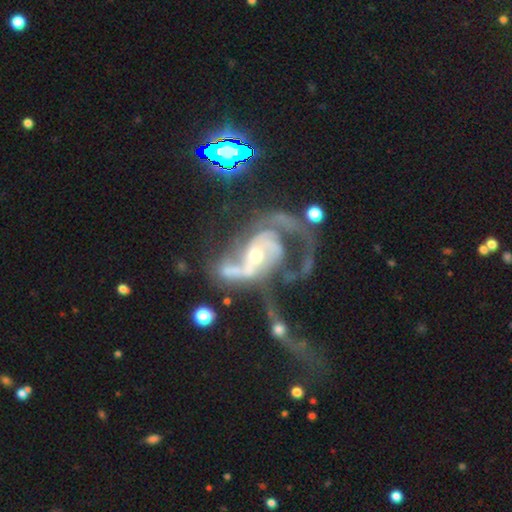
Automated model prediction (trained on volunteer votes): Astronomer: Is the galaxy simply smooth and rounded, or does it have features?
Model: featured or disk — 85%.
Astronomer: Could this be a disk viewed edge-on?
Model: no — 96%.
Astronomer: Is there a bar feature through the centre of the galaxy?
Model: no — 53% (runner-up: weak, 31%).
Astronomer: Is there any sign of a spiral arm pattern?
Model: yes — 90%.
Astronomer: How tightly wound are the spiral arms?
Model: loose — 42% (runner-up: medium, 39%).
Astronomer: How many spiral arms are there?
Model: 2 — 60%.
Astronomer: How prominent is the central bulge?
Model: moderate — 48% (runner-up: small, 45%).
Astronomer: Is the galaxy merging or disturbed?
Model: major disturbance — 41% (runner-up: merger, 34%).